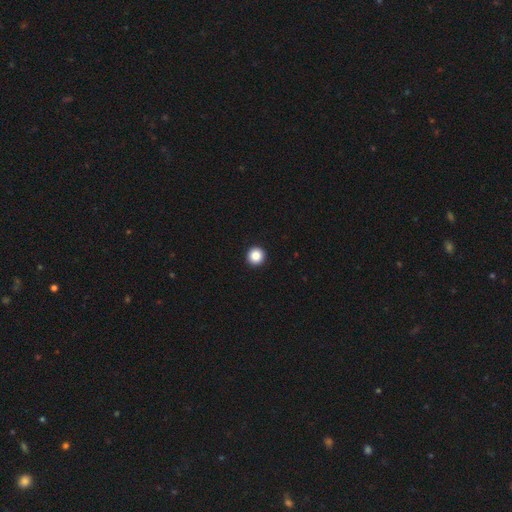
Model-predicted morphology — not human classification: Overall: smooth (87%). How rounded: round (96%). Merging: none (94%).